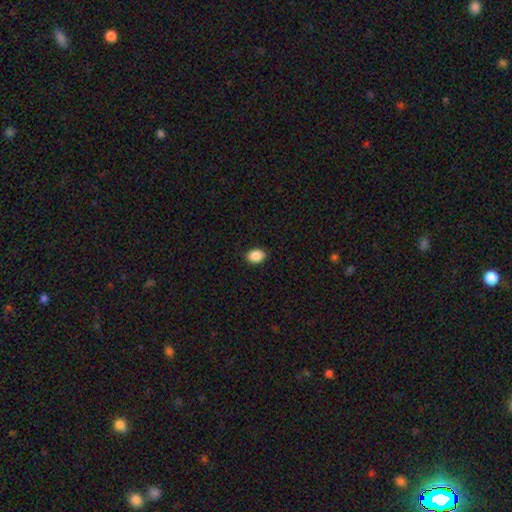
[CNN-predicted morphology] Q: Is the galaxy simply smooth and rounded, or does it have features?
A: smooth — 89%.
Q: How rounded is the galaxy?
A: in between — 69%.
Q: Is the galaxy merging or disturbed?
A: none — 89%.